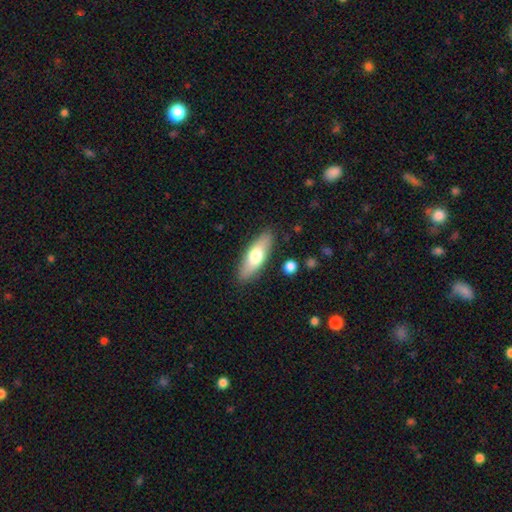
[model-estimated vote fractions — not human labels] This is likely a smooth galaxy (64%). How rounded: likely in between (61%). Merging: clearly none (87%).